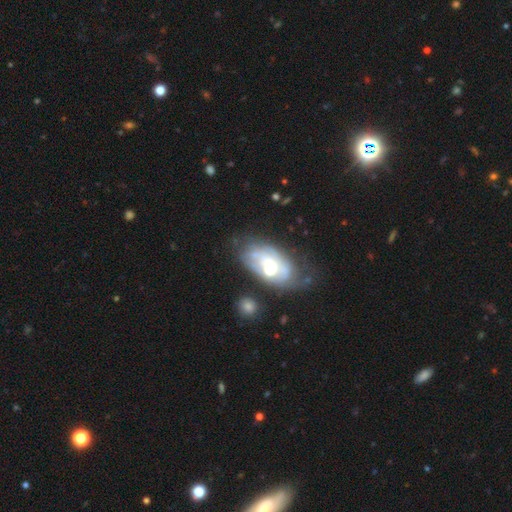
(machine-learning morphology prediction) A featured or disk galaxy (68%) with no bar (71%), spiral arms (63%) and a moderate central bulge (66%). Merging: none (47%).